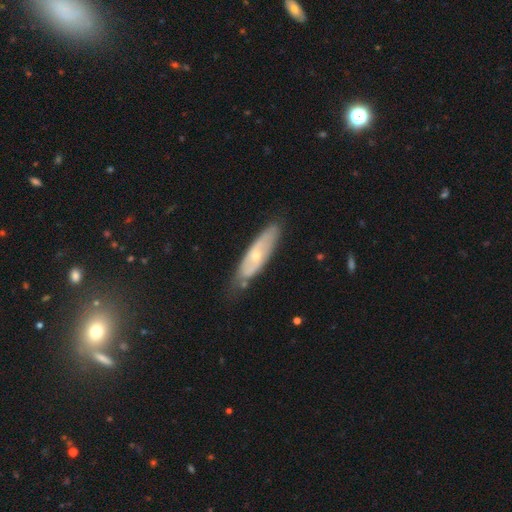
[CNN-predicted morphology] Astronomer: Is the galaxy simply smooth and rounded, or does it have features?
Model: featured or disk — 57% (runner-up: smooth, 37%).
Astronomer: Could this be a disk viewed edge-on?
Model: no — 67%.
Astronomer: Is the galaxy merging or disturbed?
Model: none — 67%.